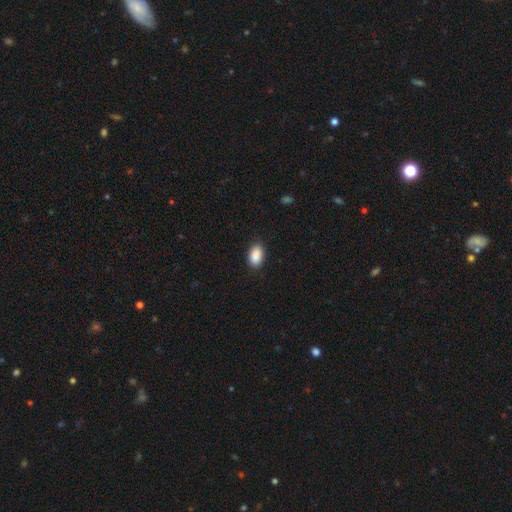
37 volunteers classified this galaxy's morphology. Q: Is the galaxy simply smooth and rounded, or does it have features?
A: smooth — 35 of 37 (95%).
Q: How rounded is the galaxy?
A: in between — 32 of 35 (91%).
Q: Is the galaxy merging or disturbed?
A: none — 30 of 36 (83%).